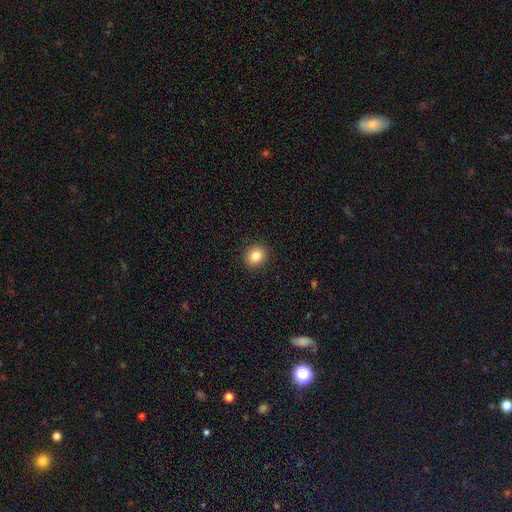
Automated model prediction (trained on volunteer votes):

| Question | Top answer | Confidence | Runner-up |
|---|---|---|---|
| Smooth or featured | smooth | 84% | star or artifact (10%) |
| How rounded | round | 75% | in between (24%) |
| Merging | none | 91% | minor disturbance (6%) |